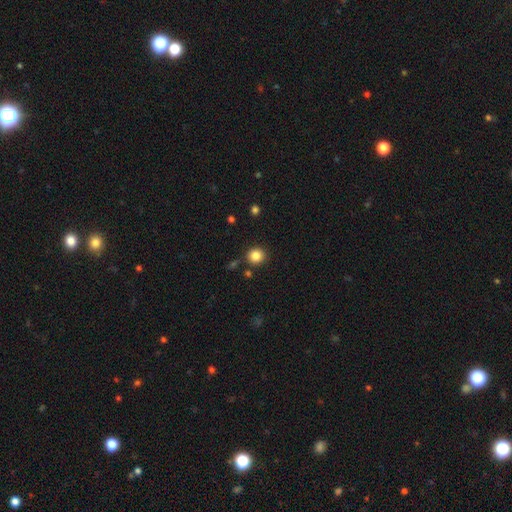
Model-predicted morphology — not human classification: A smooth galaxy with no disk features (84%) that is round (88%).

Vote fractions:
- Smooth or featured? smooth: 84% / star or artifact: 11% / featured or disk: 5%
- How rounded? round: 88% / in between: 11% / cigar-shaped: 1%
- Merging? none: 86% / minor disturbance: 8% / merger: 4% / major disturbance: 3%